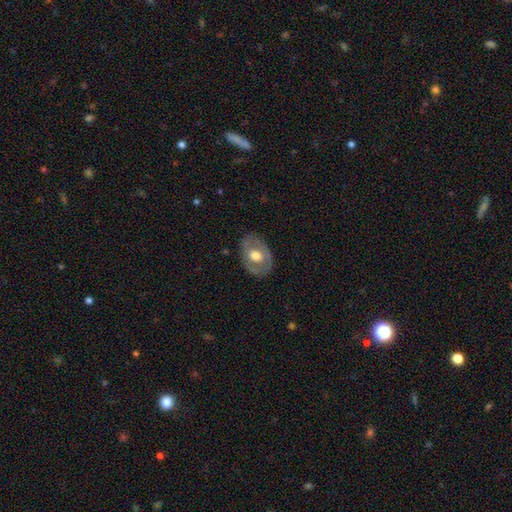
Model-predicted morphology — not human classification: featured or disk 51%, smooth 44%, star or artifact 6%. Down the decision tree: edge-on disk — no (92%); merging — none (78%).